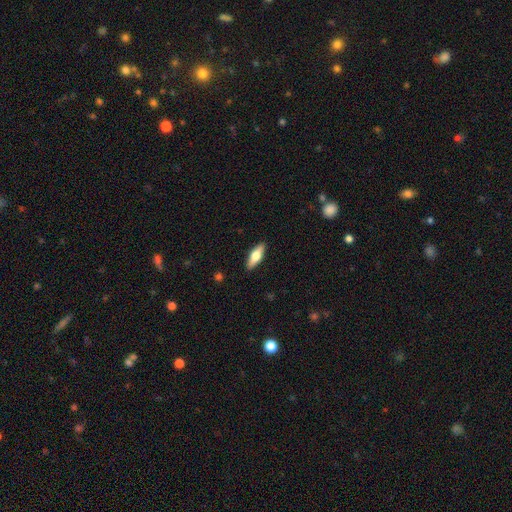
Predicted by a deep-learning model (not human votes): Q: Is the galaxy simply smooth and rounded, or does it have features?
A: smooth — 58%.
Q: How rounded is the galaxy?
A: in between — 61%.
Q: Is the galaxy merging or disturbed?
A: none — 89%.